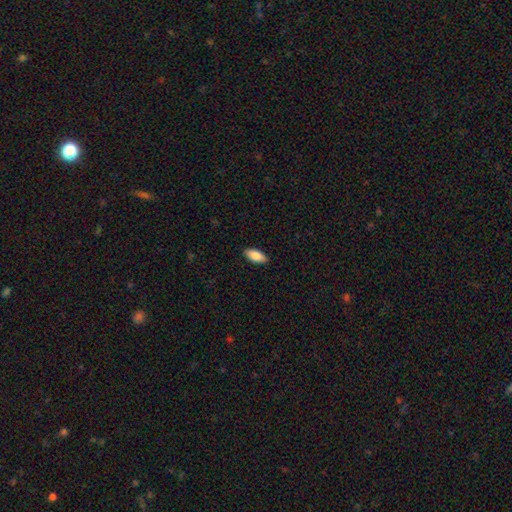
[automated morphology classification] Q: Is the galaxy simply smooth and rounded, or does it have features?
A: smooth — 87%.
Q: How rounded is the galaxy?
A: in between — 86%.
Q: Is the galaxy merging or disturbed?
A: none — 89%.